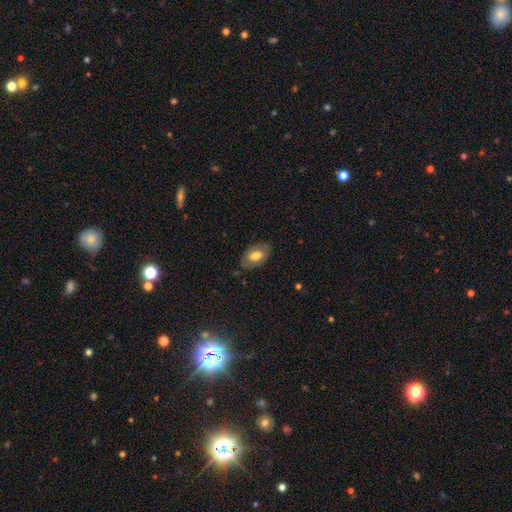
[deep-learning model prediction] Smooth or featured? smooth (64%)
How rounded? in between (92%)
Merging? none (79%)